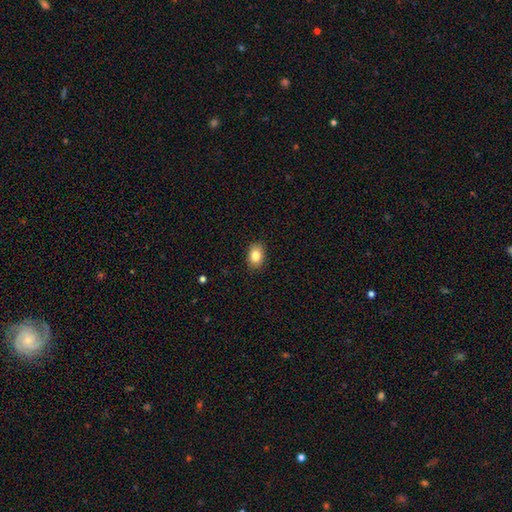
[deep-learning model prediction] A smooth galaxy with no disk features (84%) that is in between round and cigar-shaped (69%). Merging: none (87%).